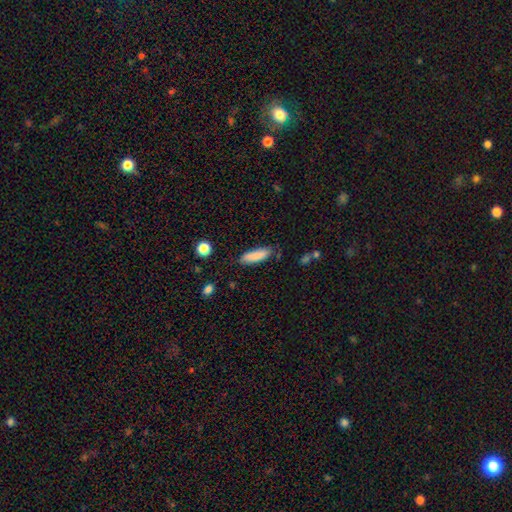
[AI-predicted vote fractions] This appears to be a smooth galaxy with no disk features (85%) that is cigar-shaped (55%). Merging: none (79%).